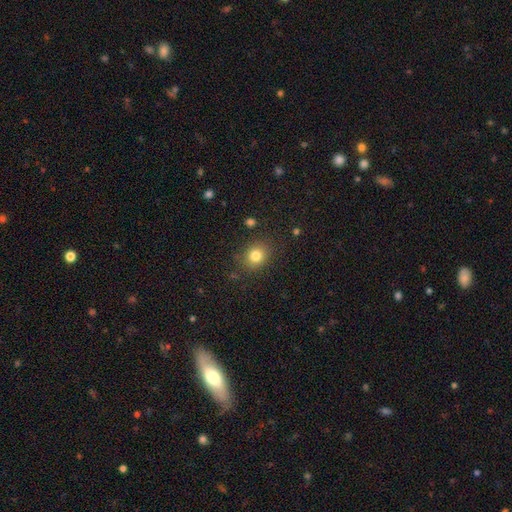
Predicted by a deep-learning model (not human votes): smooth 81%, star or artifact 12%, featured or disk 7%. Down the decision tree: how rounded — round (67%); merging — none (84%).